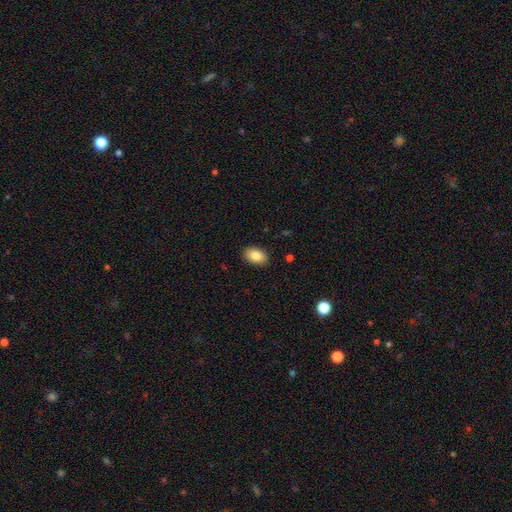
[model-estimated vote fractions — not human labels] Q: Smooth or featured?
A: smooth (85%); runner-up: featured or disk (8%)
Q: How rounded?
A: in between (90%); runner-up: round (9%)
Q: Merging?
A: none (89%); runner-up: minor disturbance (8%)